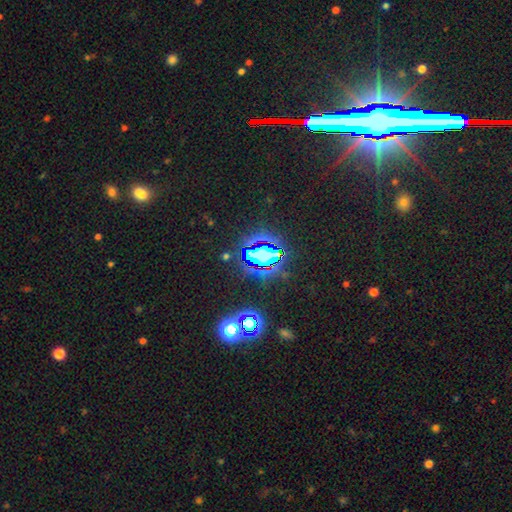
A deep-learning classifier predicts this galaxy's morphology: Q: Smooth or featured?
A: star or artifact (69%); runner-up: smooth (20%)